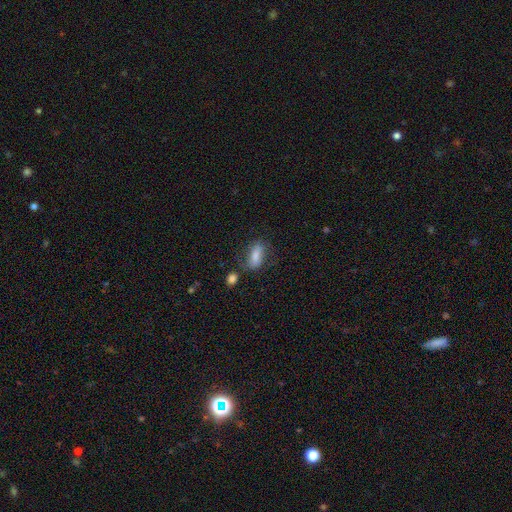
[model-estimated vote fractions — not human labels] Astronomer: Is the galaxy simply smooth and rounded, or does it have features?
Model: smooth — 66%.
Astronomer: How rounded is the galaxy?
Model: in between — 71%.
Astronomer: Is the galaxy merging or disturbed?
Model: none — 62%.